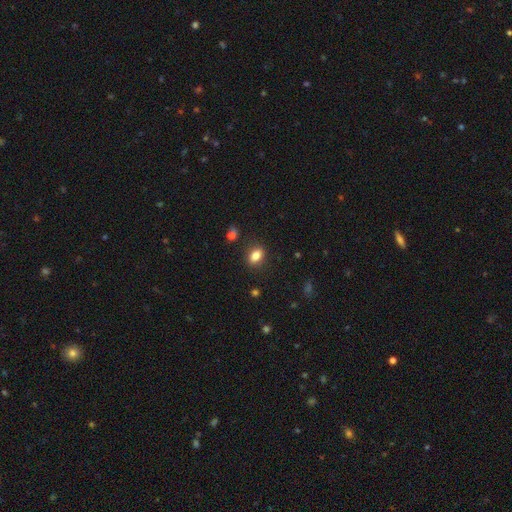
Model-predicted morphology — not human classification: The model was most divided on "how rounded": in between: 79%, round: 17%, cigar-shaped: 4%. More confident: merging — none (85%); smooth or featured — smooth (82%).